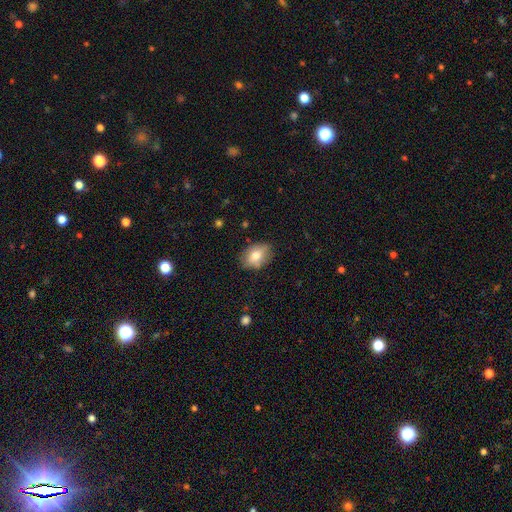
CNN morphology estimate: Smooth or featured: smooth — 75% (featured or disk — 17%)
How rounded: in between — 76% (round — 22%)
Merging: none — 78% (minor disturbance — 17%)